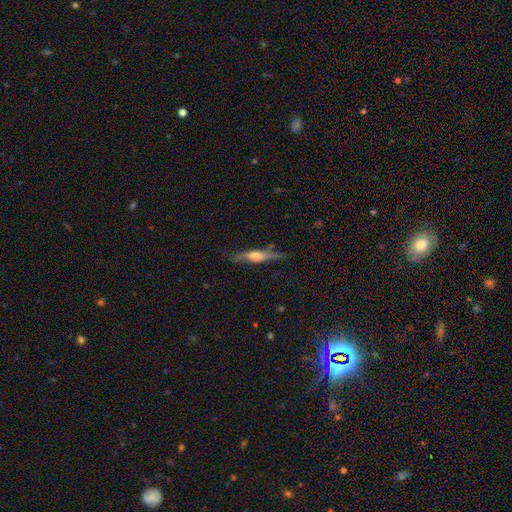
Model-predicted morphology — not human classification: type=featured or disk (55%); edge-on=yes (86%); merging=none (68%).